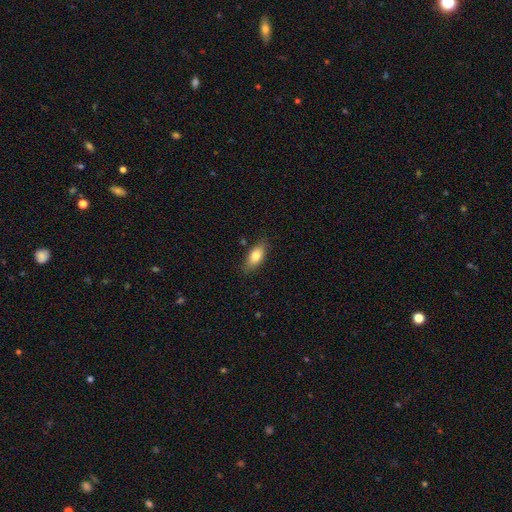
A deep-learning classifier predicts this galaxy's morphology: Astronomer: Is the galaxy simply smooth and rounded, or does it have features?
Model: smooth — 80%.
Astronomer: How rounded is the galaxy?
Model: in between — 84%.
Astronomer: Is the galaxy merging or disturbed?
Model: none — 81%.